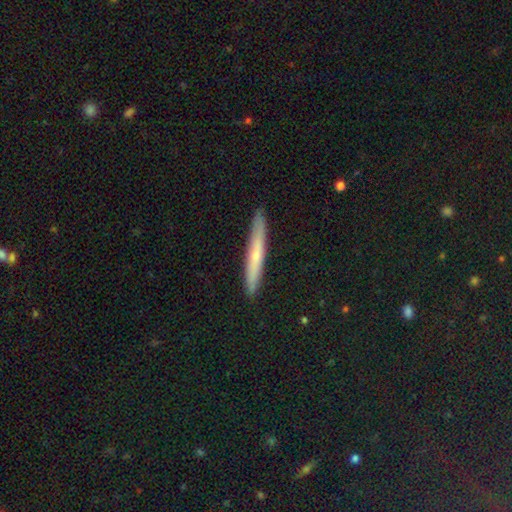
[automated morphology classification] Q: Smooth or featured?
A: smooth (49%); runner-up: featured or disk (44%)
Q: Merging?
A: none (91%); runner-up: minor disturbance (7%)